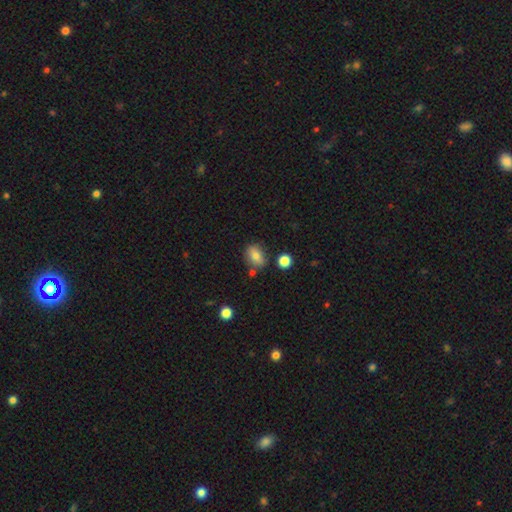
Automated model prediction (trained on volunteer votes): smooth-or-featured: smooth: 76% | featured or disk: 14% | star or artifact: 10%
  how-rounded: in between: 67% | round: 30% | cigar-shaped: 2%
  merging: none: 76% | minor disturbance: 14% | merger: 7% | major disturbance: 3%